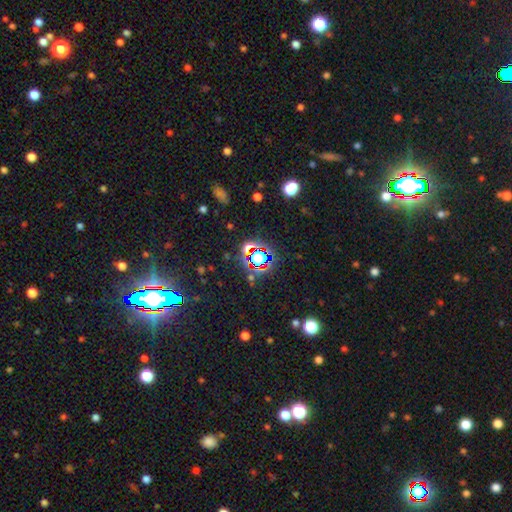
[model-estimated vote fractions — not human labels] Smooth or featured?
  - star or artifact: 70% *
  - smooth: 19%
  - featured or disk: 11%